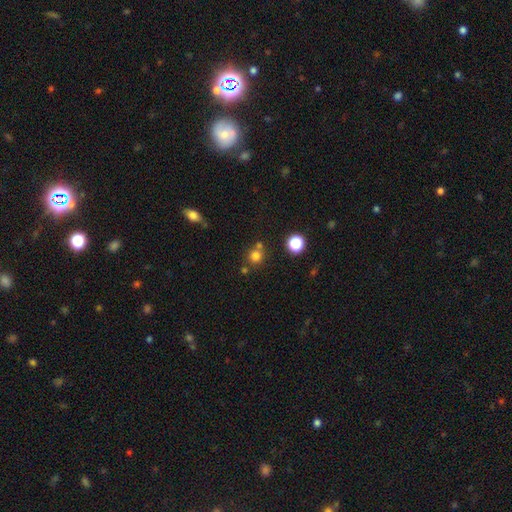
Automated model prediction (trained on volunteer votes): Smooth or featured? Predicted: smooth (p=0.75). How rounded? Predicted: round (p=0.90). Merging? Predicted: none (p=0.64).